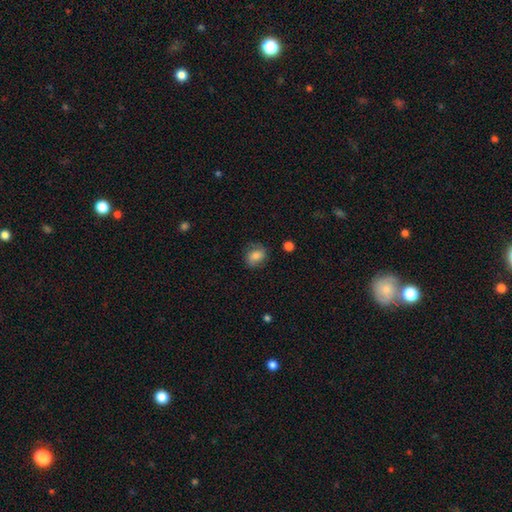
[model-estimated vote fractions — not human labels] Morphology: type=smooth (77%); roundness=in between (53%); merging=none (75%).